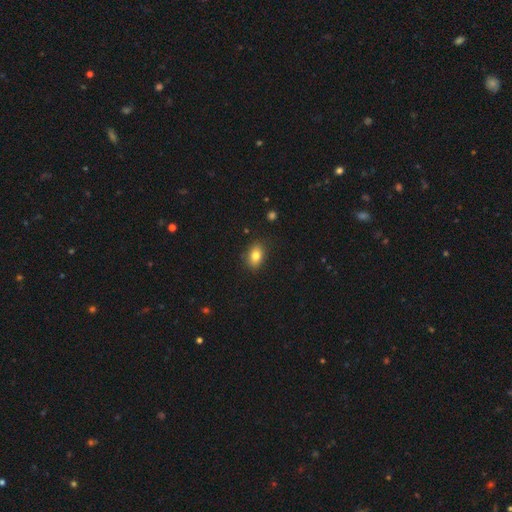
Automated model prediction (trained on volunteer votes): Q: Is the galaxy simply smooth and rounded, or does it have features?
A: smooth — 81%.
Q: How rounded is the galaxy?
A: in between — 79%.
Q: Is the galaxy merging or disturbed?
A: none — 85%.